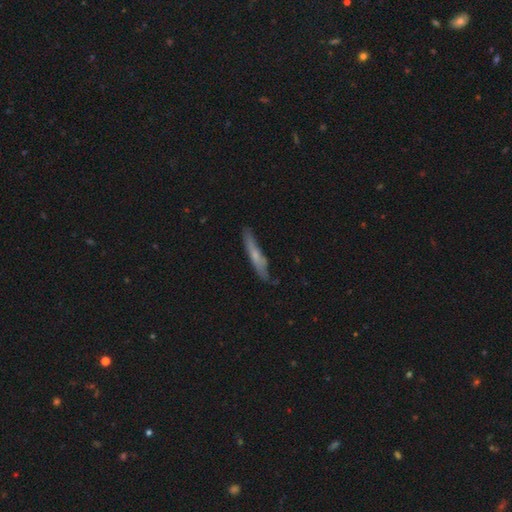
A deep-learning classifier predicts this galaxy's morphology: smooth-or-featured: smooth: 54% | featured or disk: 39% | star or artifact: 6%
  how-rounded: cigar-shaped: 92% | in between: 7% | round: 1%
  merging: none: 77% | minor disturbance: 19% | major disturbance: 3% | merger: 2%